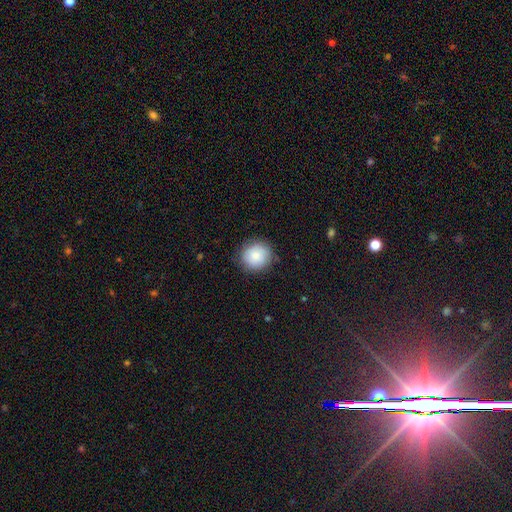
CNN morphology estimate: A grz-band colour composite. It shows a smooth galaxy with no disk features (85%) that is round (89%). Merging: none (86%).